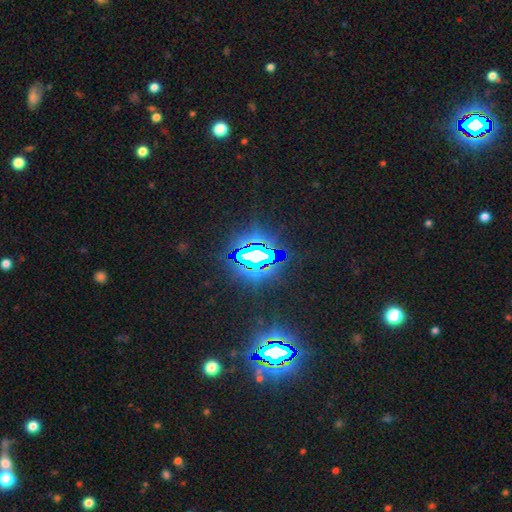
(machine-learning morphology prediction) Smooth or featured? Predicted: star or artifact (p=0.76).